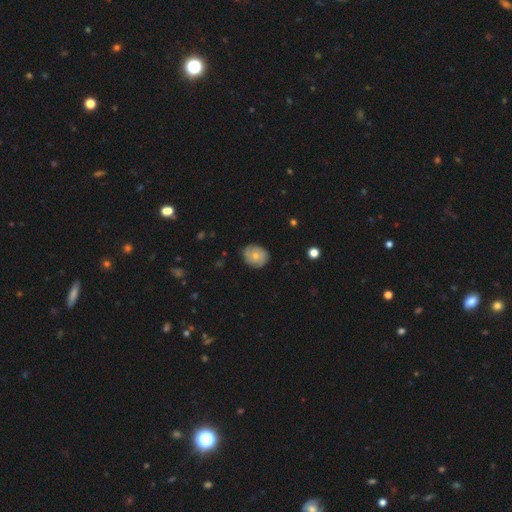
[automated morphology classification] This is possibly a smooth galaxy (58%). How rounded: possibly round (59%). Merging: likely none (77%).